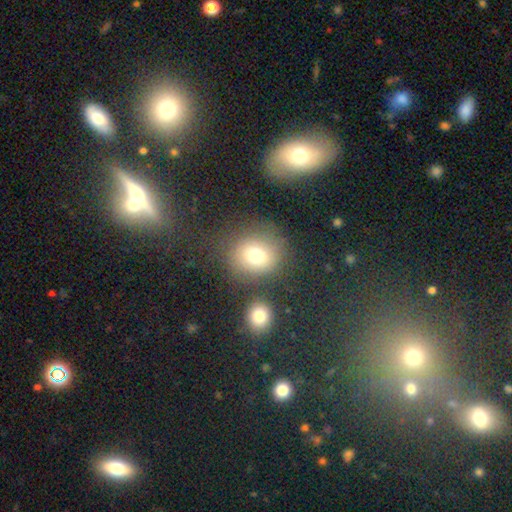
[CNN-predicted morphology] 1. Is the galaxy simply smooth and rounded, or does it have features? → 74% smooth, 13% star or artifact, 13% featured or disk.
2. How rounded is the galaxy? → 74% round, 25% in between, 1% cigar-shaped.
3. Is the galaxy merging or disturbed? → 69% none, 13% minor disturbance, 12% merger, 7% major disturbance.